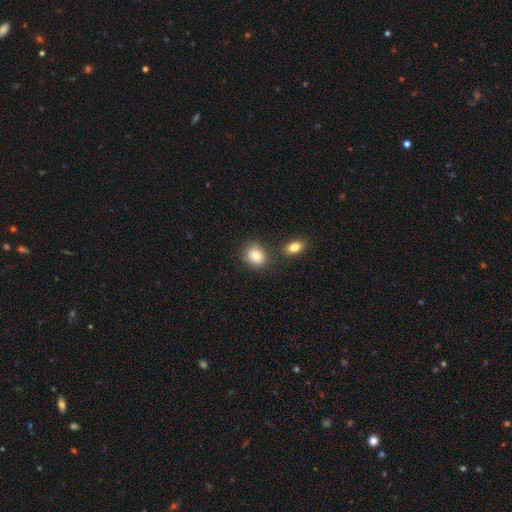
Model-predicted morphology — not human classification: Smooth or featured? smooth (87%)
How rounded? round (59%)
Merging? none (70%)